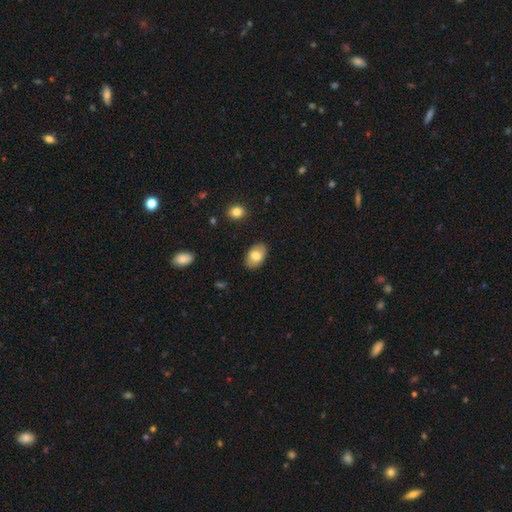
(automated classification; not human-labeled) A smooth galaxy with no disk features (80%) that is in between round and cigar-shaped (91%).

Vote fractions:
- Smooth or featured? smooth: 80% / featured or disk: 13% / star or artifact: 7%
- How rounded? in between: 91% / round: 8% / cigar-shaped: 1%
- Merging? none: 87% / minor disturbance: 10% / major disturbance: 2% / merger: 1%